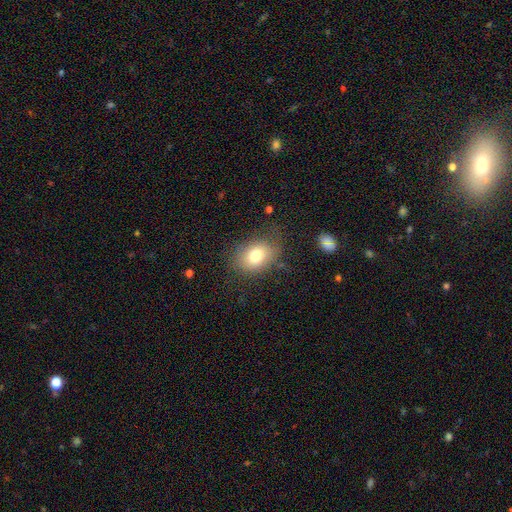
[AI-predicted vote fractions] This appears to be a smooth galaxy with no disk features (77%) that is in between round and cigar-shaped (67%). Merging: none (71%).